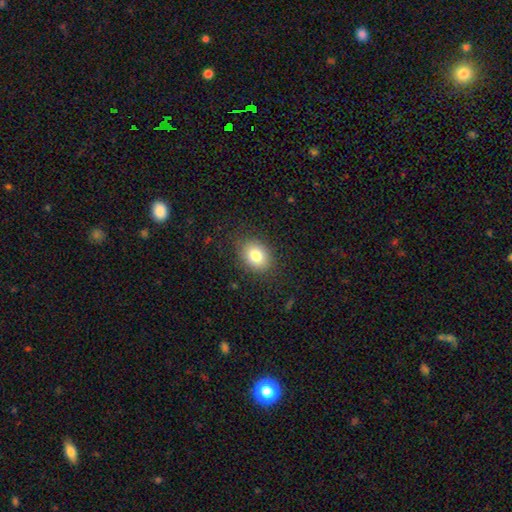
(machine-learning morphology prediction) Smooth or featured? smooth (80%)
How rounded? in between (59%)
Merging? none (84%)